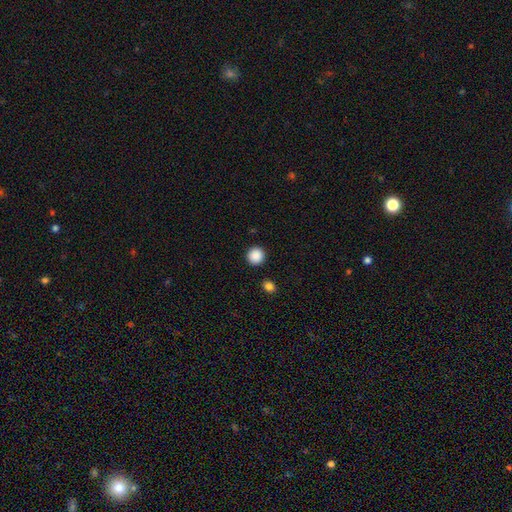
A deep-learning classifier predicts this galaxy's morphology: A smooth galaxy with no disk features (89%) that is round (93%). Merging: none (91%).